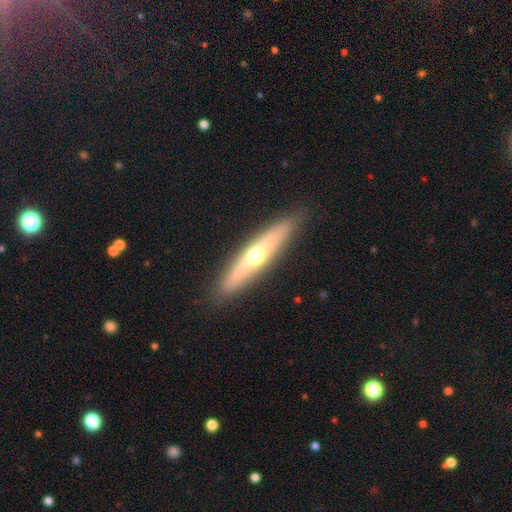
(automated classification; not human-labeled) Q: Smooth or featured?
A: featured or disk (55%); runner-up: smooth (39%)
Q: Edge-on disk?
A: yes (88%); runner-up: no (12%)
Q: Merging?
A: none (89%); runner-up: minor disturbance (8%)